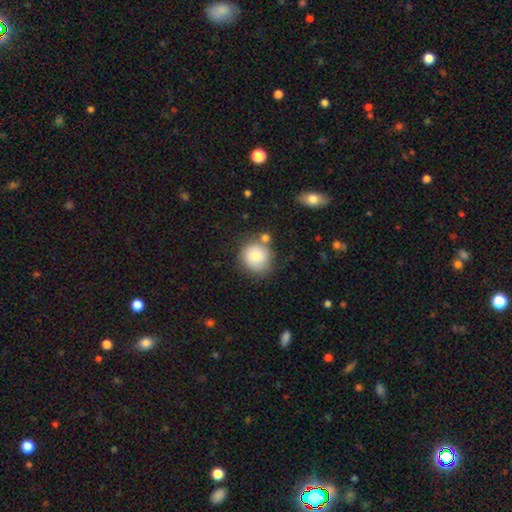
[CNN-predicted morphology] smooth 78%, featured or disk 13%, star or artifact 8%. Down the decision tree: how rounded — round (86%); merging — none (64%).